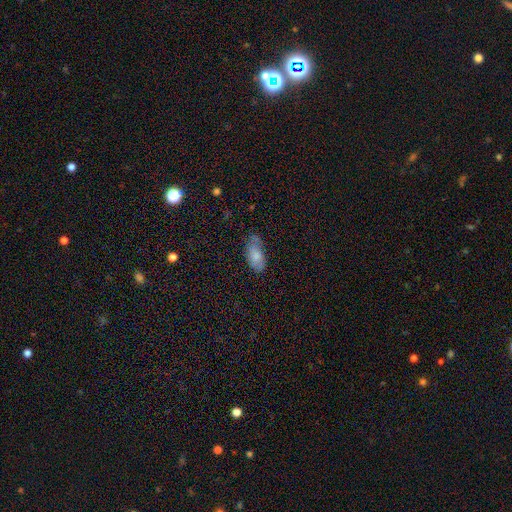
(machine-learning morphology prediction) type=smooth (75%); roundness=in between (91%); merging=none (58%).